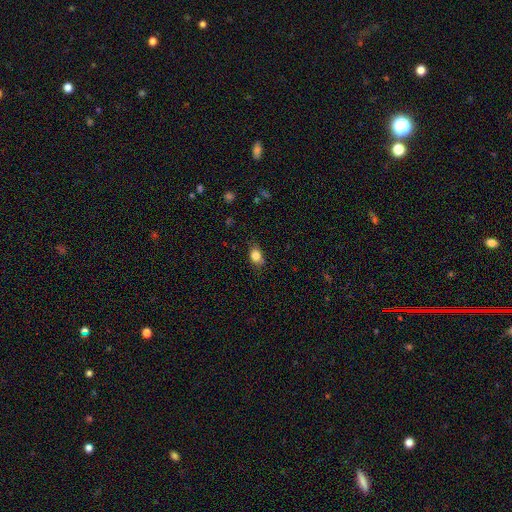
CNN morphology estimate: type=smooth (84%); roundness=in between (70%); merging=none (76%).